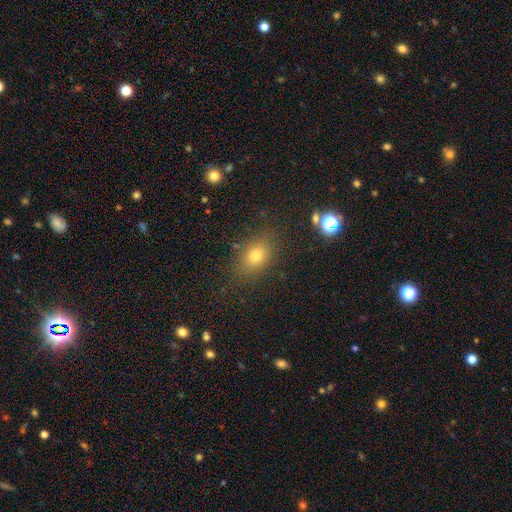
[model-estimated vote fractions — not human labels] The model was most divided on "how rounded": in between: 70%, round: 27%, cigar-shaped: 2%. More confident: merging — none (82%); smooth or featured — smooth (74%).